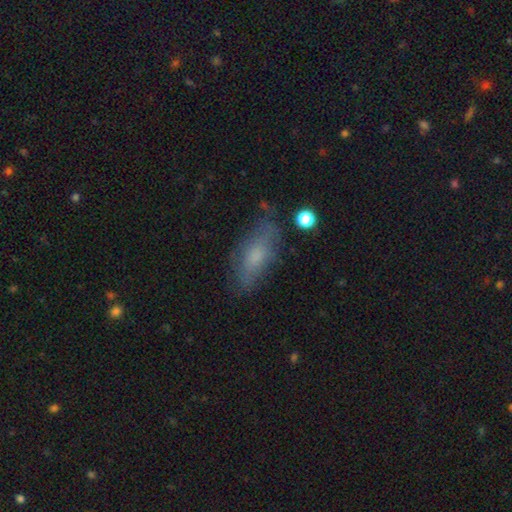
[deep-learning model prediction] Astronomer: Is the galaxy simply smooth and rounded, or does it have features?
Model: smooth — 63%.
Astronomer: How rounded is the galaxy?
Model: in between — 72%.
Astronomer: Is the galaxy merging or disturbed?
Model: none — 69%.